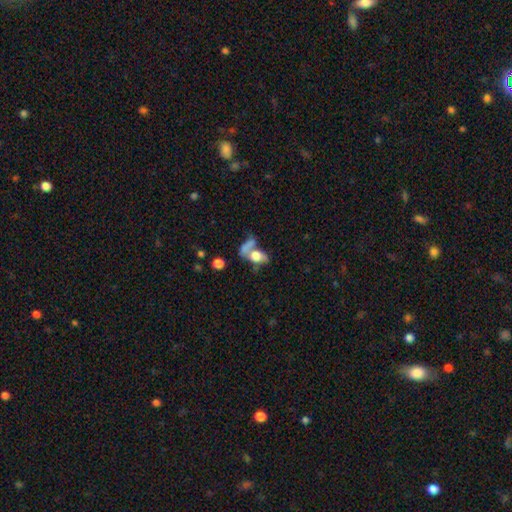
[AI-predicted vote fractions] smooth_or_featured: smooth (p=0.68) [alt: featured or disk p=0.22]
how_rounded: in between (p=0.78) [alt: round p=0.16]
merging: merger (p=0.47) [alt: none p=0.28]